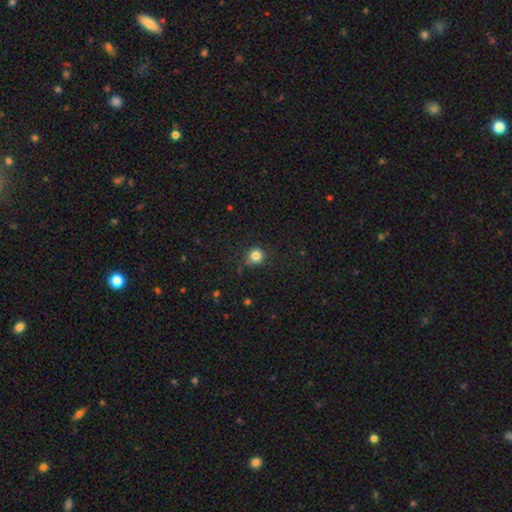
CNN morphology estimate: A smooth galaxy with no disk features (82%) that is round (92%).

Vote fractions:
- Smooth or featured? smooth: 82% / star or artifact: 13% / featured or disk: 5%
- How rounded? round: 92% / in between: 7% / cigar-shaped: 1%
- Merging? none: 81% / minor disturbance: 13% / major disturbance: 3% / merger: 3%